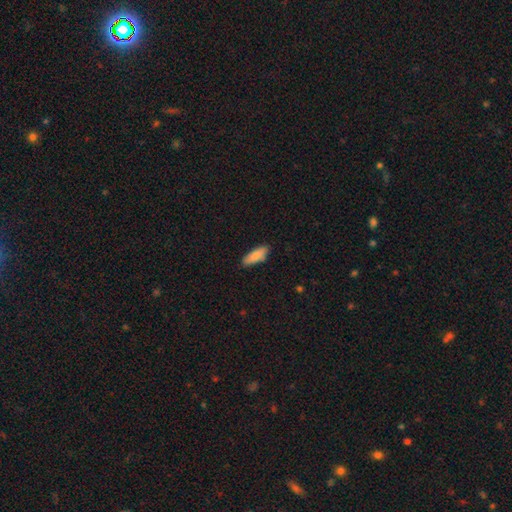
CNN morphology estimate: A smooth galaxy with no disk features (85%) that is in between round and cigar-shaped (61%). Merging: none (85%).